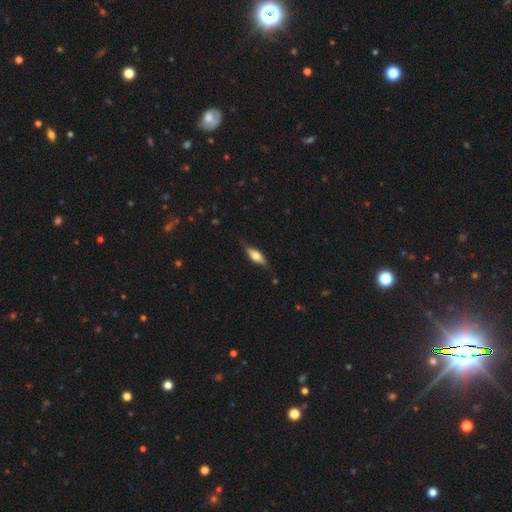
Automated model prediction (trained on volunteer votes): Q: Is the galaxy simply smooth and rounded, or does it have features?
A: featured or disk — 48%.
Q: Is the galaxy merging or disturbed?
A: none — 77%.